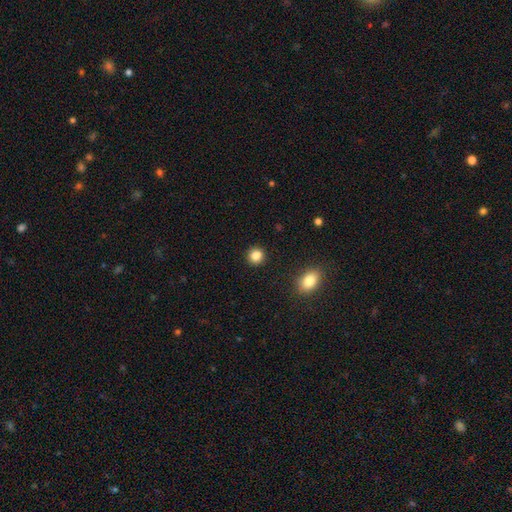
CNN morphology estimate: This appears to be a smooth galaxy with no disk features (85%) that is round (90%). Merging: none (91%).